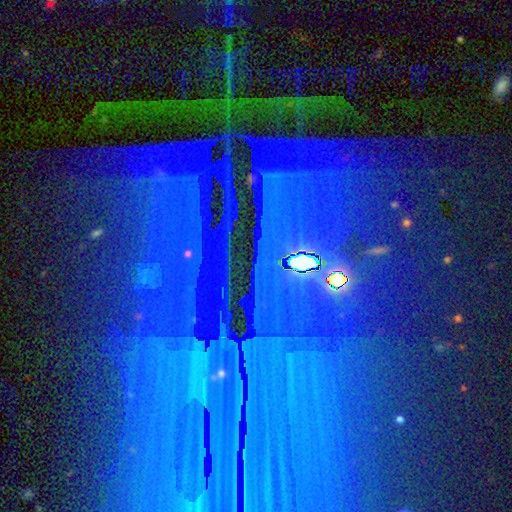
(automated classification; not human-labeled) star or artifact 85%, featured or disk 8%, smooth 7%.